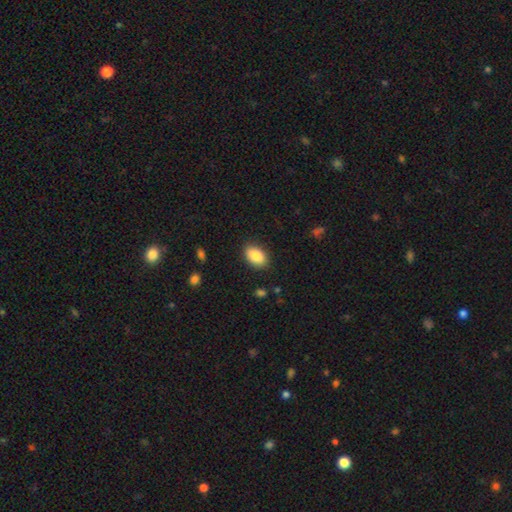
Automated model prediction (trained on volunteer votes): smooth-or-featured: smooth: 88% | star or artifact: 7% | featured or disk: 5%
  how-rounded: in between: 90% | round: 8% | cigar-shaped: 1%
  merging: none: 87% | minor disturbance: 9% | major disturbance: 2% | merger: 1%